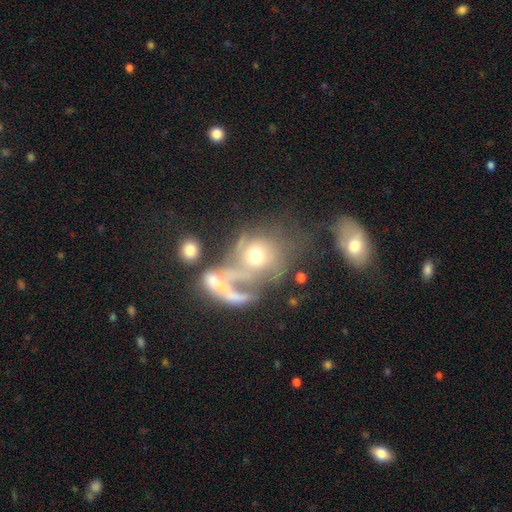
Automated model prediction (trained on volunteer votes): smooth_or_featured: smooth (p=0.43) [tied with: featured or disk p=0.43]
merging: merger (p=0.49) [alt: major disturbance p=0.26]